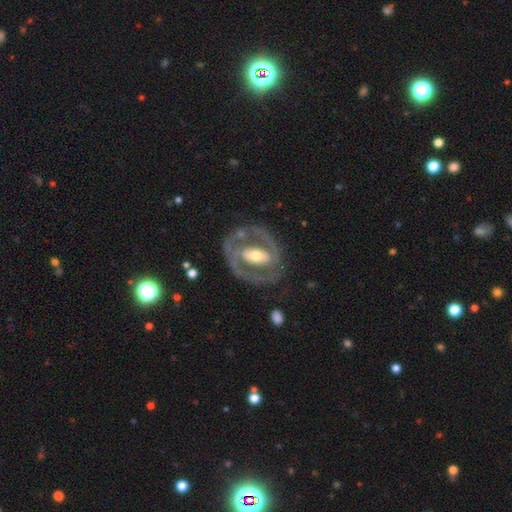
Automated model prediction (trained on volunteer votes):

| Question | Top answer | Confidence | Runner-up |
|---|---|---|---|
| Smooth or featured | featured or disk | 81% | smooth (15%) |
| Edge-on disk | no | 96% | yes (4%) |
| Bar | strong | 39% | weak (32%) |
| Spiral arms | yes | 64% | no (36%) |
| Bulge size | moderate | 64% | small (20%) |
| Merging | none | 69% | minor disturbance (17%) |